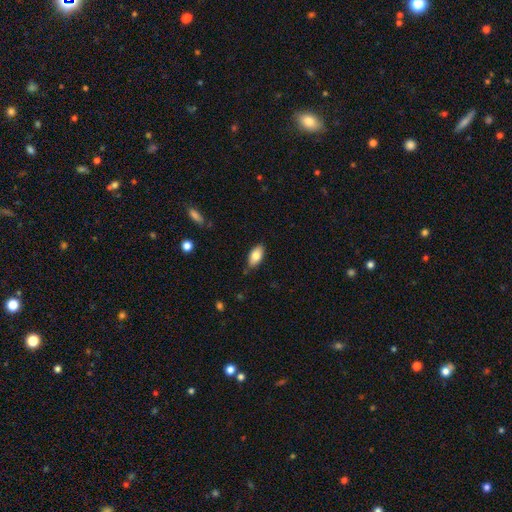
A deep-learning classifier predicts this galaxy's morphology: The model was most divided on "smooth or featured": smooth: 79%, featured or disk: 15%, star or artifact: 7%. More confident: how rounded — in between (91%); merging — none (82%).